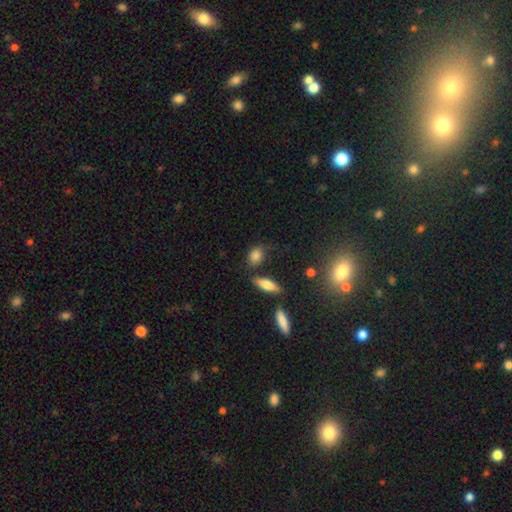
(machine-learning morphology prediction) smooth-or-featured: smooth: 82% | star or artifact: 10% | featured or disk: 9%
  how-rounded: in between: 69% | round: 26% | cigar-shaped: 5%
  merging: none: 57% | minor disturbance: 25% | major disturbance: 9% | merger: 8%